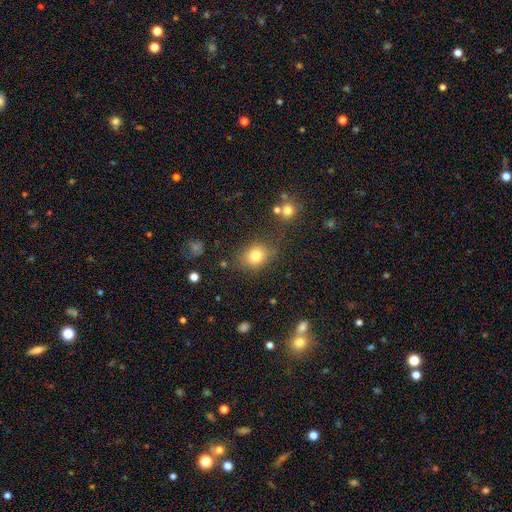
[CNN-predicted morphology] This is likely a smooth galaxy (80%). How rounded: possibly round (53%). Merging: likely none (73%).